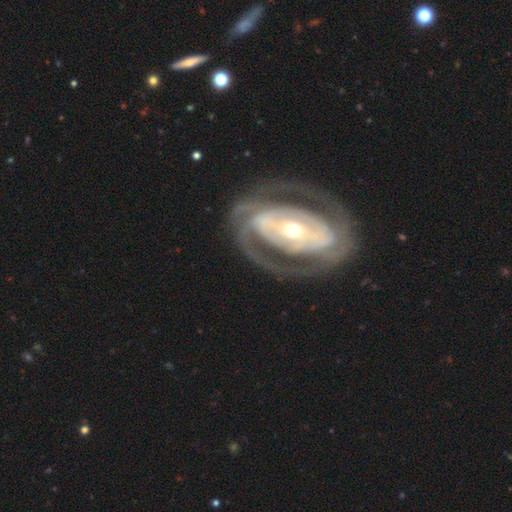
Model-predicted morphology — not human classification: A featured or disk galaxy (84%) with no bar (43%), 2 (64%) tight (60%) spiral arms (76%) and a small central bulge (47%).

Vote fractions:
- Smooth or featured? featured or disk: 84% / smooth: 11% / star or artifact: 5%
- Edge-on disk? no: 94% / yes: 6%
- Bar? no: 43% / strong: 34% / weak: 24%
- Spiral arms? yes: 76% / no: 24%
- Spiral winding? tight: 60% / medium: 29% / loose: 11%
- Spiral arm count? 2: 64% / can't tell: 20% / 3: 6% / 1: 5% / 4: 3% / more than 4: 3%
- Bulge size? small: 47% / moderate: 44% / large: 6% / dominant: 2% / none: 1%
- Merging? none: 76% / minor disturbance: 12% / major disturbance: 10% / merger: 2%